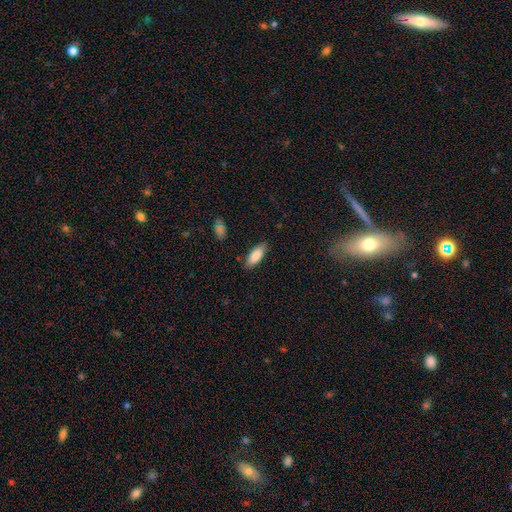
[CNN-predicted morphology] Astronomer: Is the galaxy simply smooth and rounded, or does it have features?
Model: smooth — 84%.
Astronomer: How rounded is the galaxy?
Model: in between — 78%.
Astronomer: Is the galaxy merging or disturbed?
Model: none — 85%.